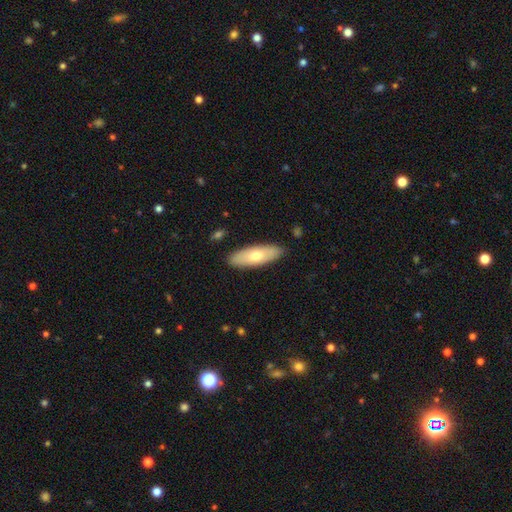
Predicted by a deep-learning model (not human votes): Overall: smooth (66%; featured or disk 29%). How rounded: in between (66%; cigar-shaped 32%). Merging: none (88%).